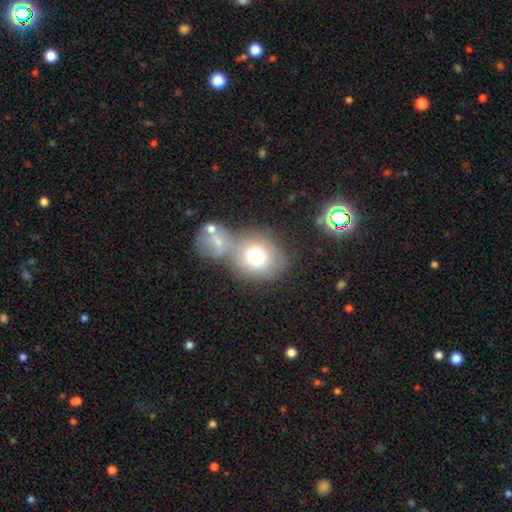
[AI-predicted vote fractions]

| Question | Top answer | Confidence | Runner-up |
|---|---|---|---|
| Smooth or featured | smooth | 69% | featured or disk (20%) |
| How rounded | round | 71% | in between (28%) |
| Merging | merger | 46% | none (36%) |